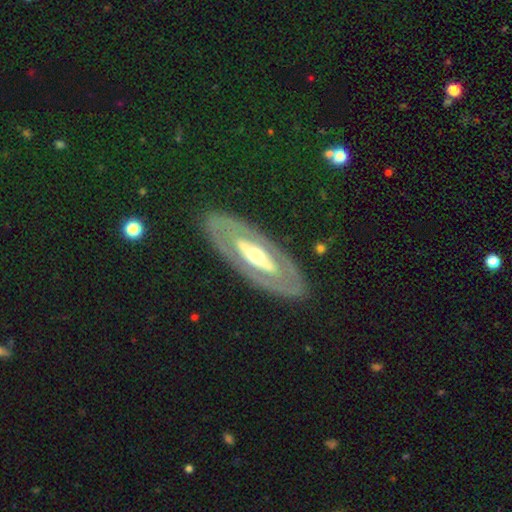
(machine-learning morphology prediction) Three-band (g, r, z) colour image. It shows a featured or disk galaxy (74%) with no bar (69%), no spiral arms (74%) and a moderate central bulge (69%). Merging: none (84%).